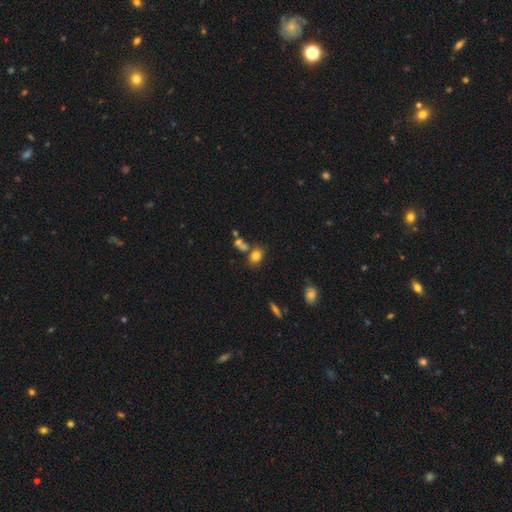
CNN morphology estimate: This appears to be a smooth galaxy with no disk features (79%) that is in between round and cigar-shaped (65%). Merging: none (57%).